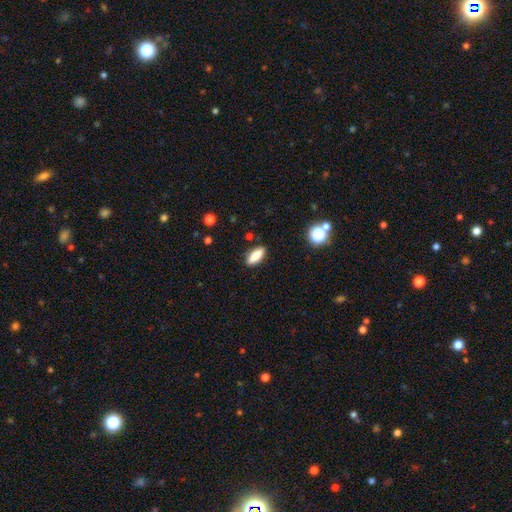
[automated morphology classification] This is likely a smooth galaxy (79%). How rounded: likely in between (73%). Merging: clearly none (87%).